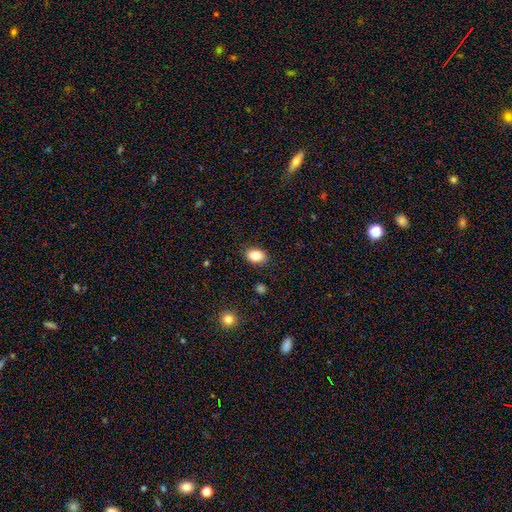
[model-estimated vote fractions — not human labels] Smooth or featured? smooth (84%)
How rounded? in between (77%)
Merging? none (88%)